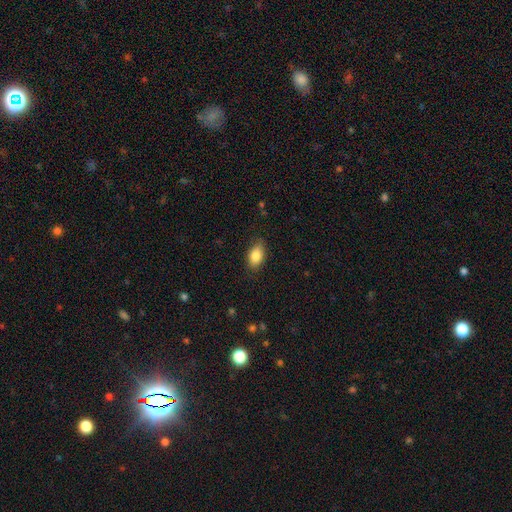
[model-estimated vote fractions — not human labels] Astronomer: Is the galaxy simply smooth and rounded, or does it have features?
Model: smooth — 85%.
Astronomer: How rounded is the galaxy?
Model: in between — 91%.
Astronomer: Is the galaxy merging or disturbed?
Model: none — 83%.